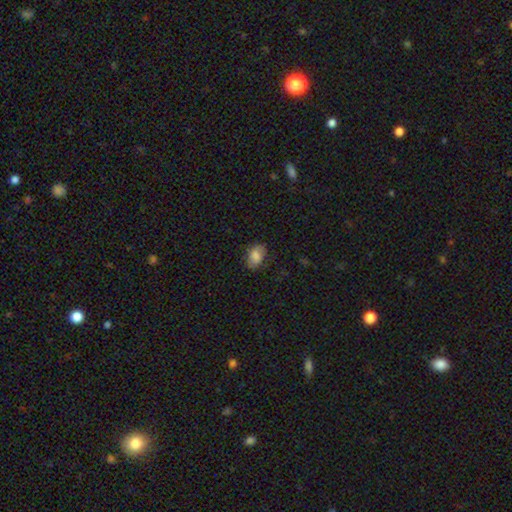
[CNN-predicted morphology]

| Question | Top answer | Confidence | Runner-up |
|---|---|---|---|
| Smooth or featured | smooth | 80% | featured or disk (11%) |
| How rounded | in between | 84% | round (14%) |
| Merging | none | 75% | minor disturbance (19%) |